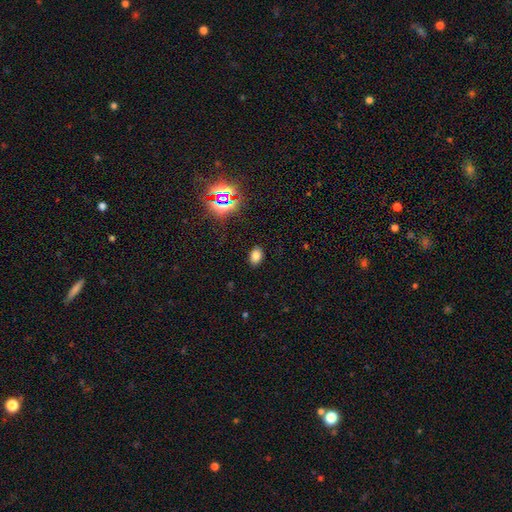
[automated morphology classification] Q: Smooth or featured?
A: smooth (76%); runner-up: star or artifact (18%)
Q: How rounded?
A: in between (86%); runner-up: round (13%)
Q: Merging?
A: none (87%); runner-up: minor disturbance (9%)